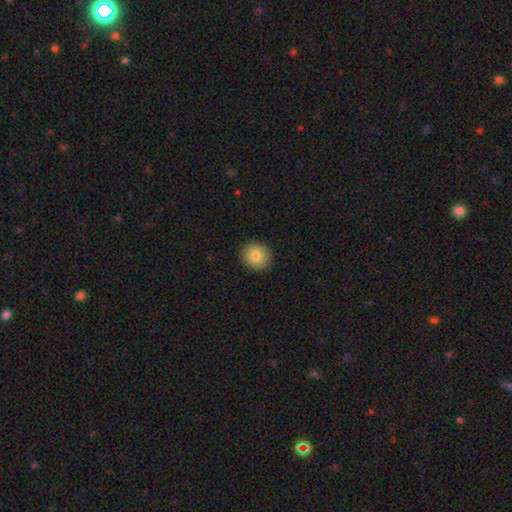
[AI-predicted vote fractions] smooth-or-featured: smooth: 82% | featured or disk: 10% | star or artifact: 9%
  how-rounded: round: 90% | in between: 9% | cigar-shaped: 1%
  merging: none: 91% | minor disturbance: 6% | major disturbance: 2% | merger: 1%